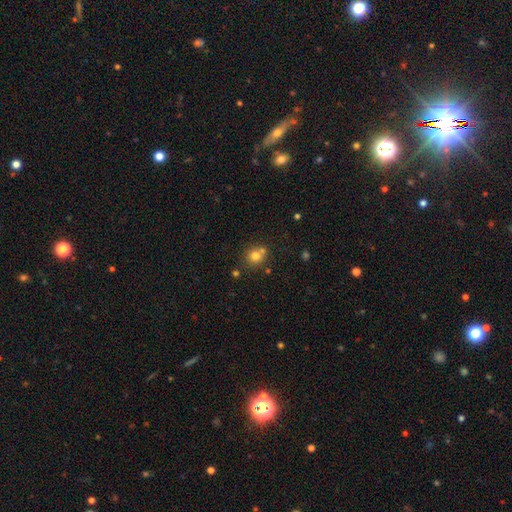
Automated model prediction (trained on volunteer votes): The model was most divided on "merging": none: 60%, merger: 27%, minor disturbance: 10%, major disturbance: 3%. More confident: how rounded — round (84%); smooth or featured — smooth (76%).